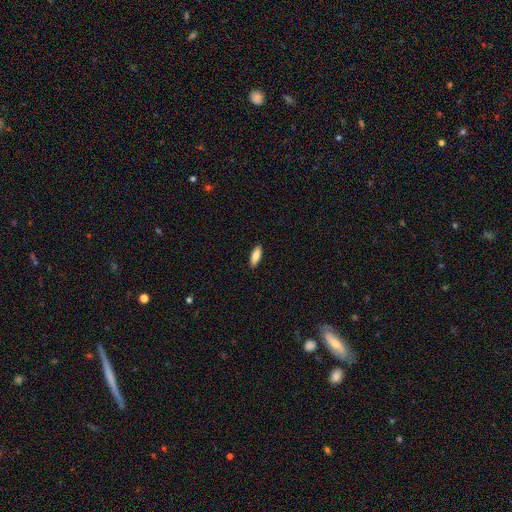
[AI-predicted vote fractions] Smooth or featured: smooth — 85% (featured or disk — 9%)
How rounded: in between — 65% (cigar-shaped — 33%)
Merging: none — 90% (minor disturbance — 7%)